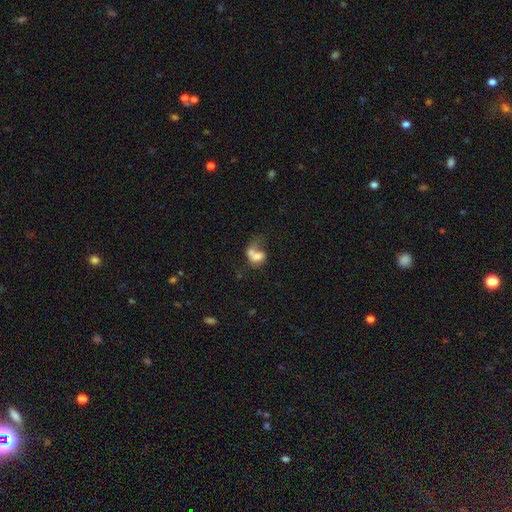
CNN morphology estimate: Q: Smooth or featured?
A: smooth (61%); runner-up: featured or disk (29%)
Q: How rounded?
A: in between (61%); runner-up: round (37%)
Q: Merging?
A: merger (59%); runner-up: major disturbance (18%)